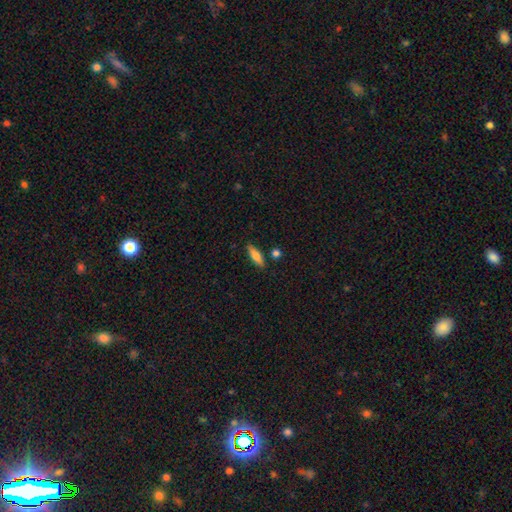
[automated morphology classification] Smooth or featured? Predicted: smooth (p=0.74). How rounded? Predicted: cigar-shaped (p=0.52). Merging? Predicted: none (p=0.83).